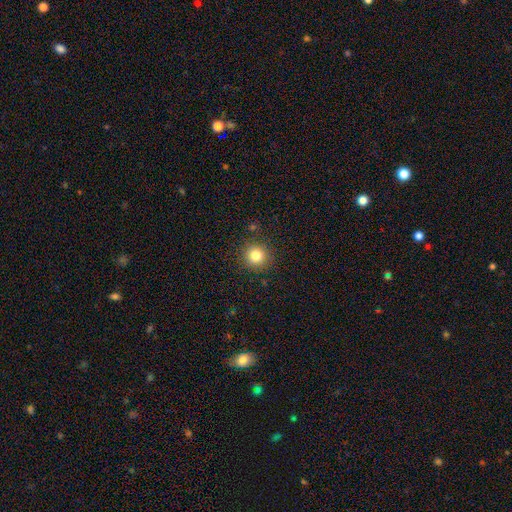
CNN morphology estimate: smooth_or_featured: smooth (p=0.82) [alt: star or artifact p=0.12]
how_rounded: round (p=0.94) [alt: in between p=0.05]
merging: none (p=0.89) [alt: minor disturbance p=0.07]